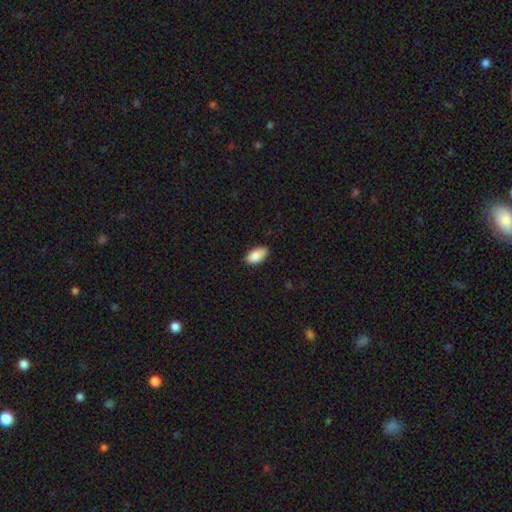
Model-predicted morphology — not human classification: This is clearly a smooth galaxy (89%). How rounded: clearly in between (94%). Merging: clearly none (83%).